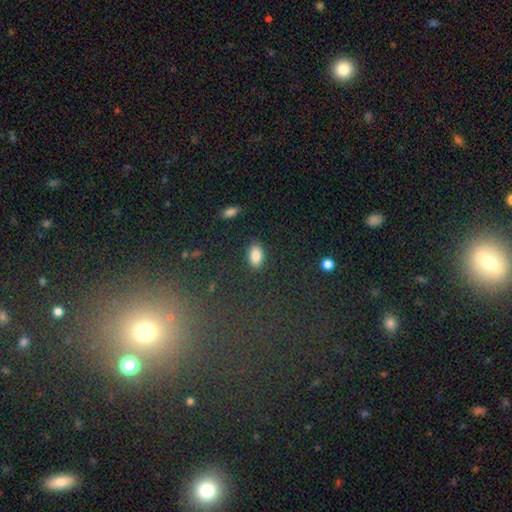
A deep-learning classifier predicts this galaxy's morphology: A smooth galaxy with no disk features (86%) that is in between round and cigar-shaped (93%).

Vote fractions:
- Smooth or featured? smooth: 86% / star or artifact: 8% / featured or disk: 5%
- How rounded? in between: 93% / round: 5% / cigar-shaped: 3%
- Merging? none: 86% / minor disturbance: 10% / major disturbance: 3% / merger: 1%